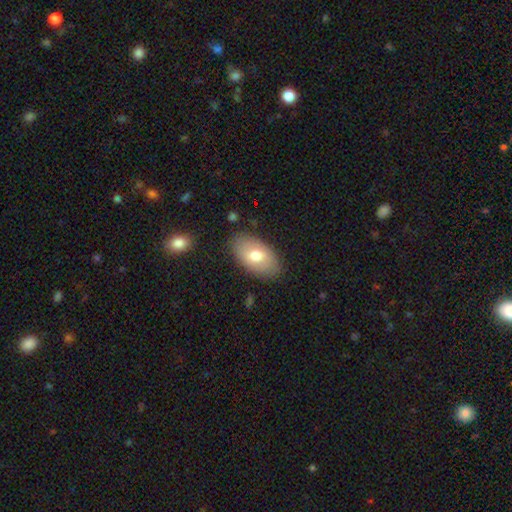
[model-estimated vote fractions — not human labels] This appears to be a smooth galaxy with no disk features (69%) that is in between round and cigar-shaped (94%). Merging: none (83%).